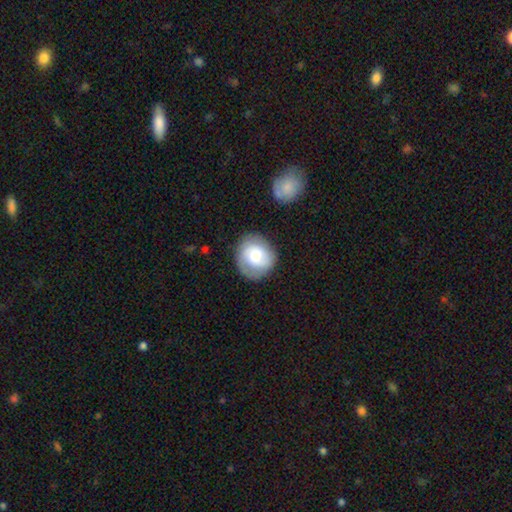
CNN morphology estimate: A smooth galaxy with no disk features (47%). Merging: none (78%).